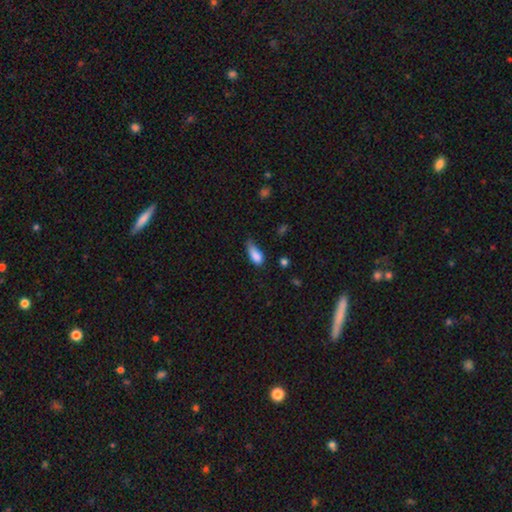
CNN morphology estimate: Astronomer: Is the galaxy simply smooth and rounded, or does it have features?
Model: smooth — 84%.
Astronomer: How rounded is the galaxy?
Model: in between — 80%.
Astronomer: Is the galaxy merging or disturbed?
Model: minor disturbance — 47% (runner-up: none, 31%).